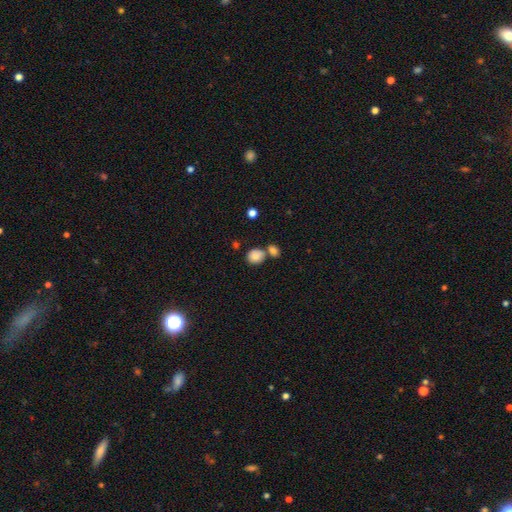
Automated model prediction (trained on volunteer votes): Q: Smooth or featured?
A: smooth (85%); runner-up: star or artifact (8%)
Q: How rounded?
A: round (67%); runner-up: in between (32%)
Q: Merging?
A: none (53%); runner-up: merger (32%)